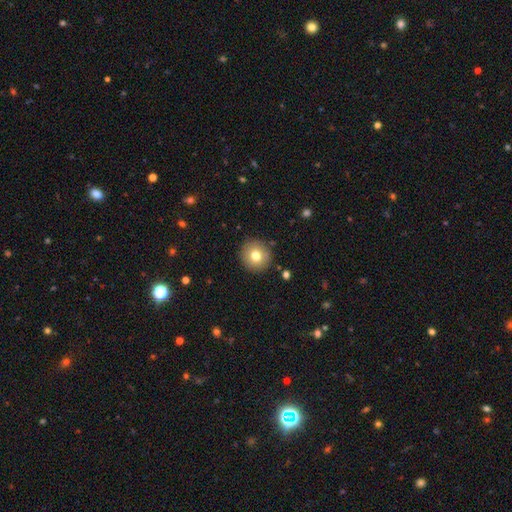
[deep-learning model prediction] A smooth galaxy with no disk features (76%) that is round (94%).

Vote fractions:
- Smooth or featured? smooth: 76% / featured or disk: 14% / star or artifact: 11%
- How rounded? round: 94% / in between: 5% / cigar-shaped: 1%
- Merging? none: 89% / minor disturbance: 7% / major disturbance: 2% / merger: 1%